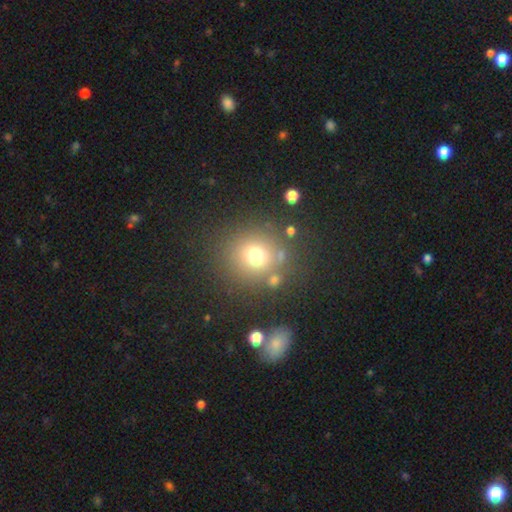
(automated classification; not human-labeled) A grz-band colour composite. It shows a smooth galaxy with no disk features (70%) that is round (89%). Merging: none (79%).